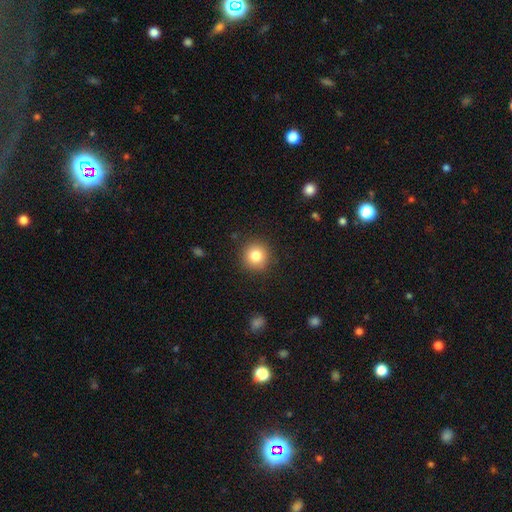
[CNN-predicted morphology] The model was most divided on "smooth or featured": smooth: 82%, star or artifact: 10%, featured or disk: 8%. More confident: how rounded — round (93%); merging — none (89%).